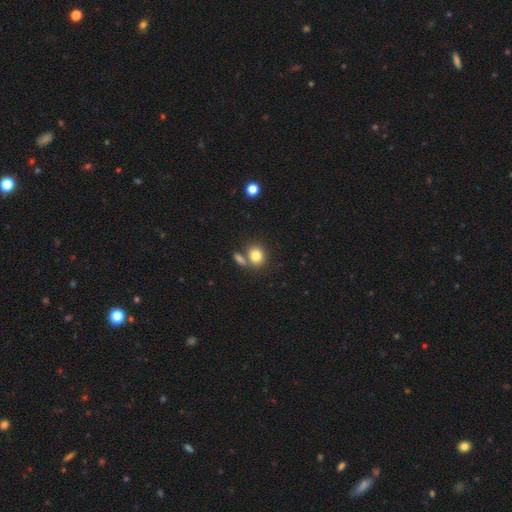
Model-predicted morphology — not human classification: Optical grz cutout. It shows a smooth galaxy with no disk features (81%) that is round (68%). Merging: none (60%).